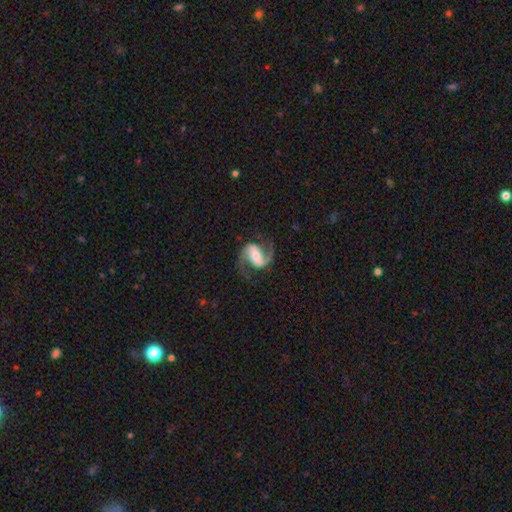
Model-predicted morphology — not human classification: The model was most divided on "bar": strong: 48%, weak: 35%, no: 18%. Remaining: edge-on disk — no (98%); spiral arms — yes (98%); spiral arm count — 2 (94%); smooth or featured — featured or disk (90%); merging — none (79%); spiral winding — medium (54%); bulge size — moderate (49%).